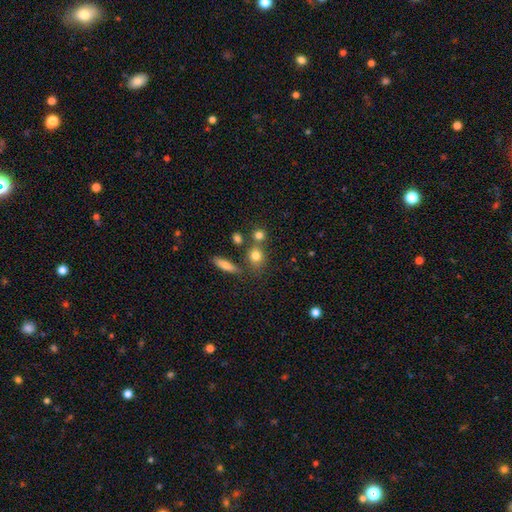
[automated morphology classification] smooth-or-featured: smooth: 78% | star or artifact: 12% | featured or disk: 10%
  how-rounded: round: 72% | in between: 25% | cigar-shaped: 3%
  merging: none: 61% | merger: 24% | minor disturbance: 11% | major disturbance: 4%